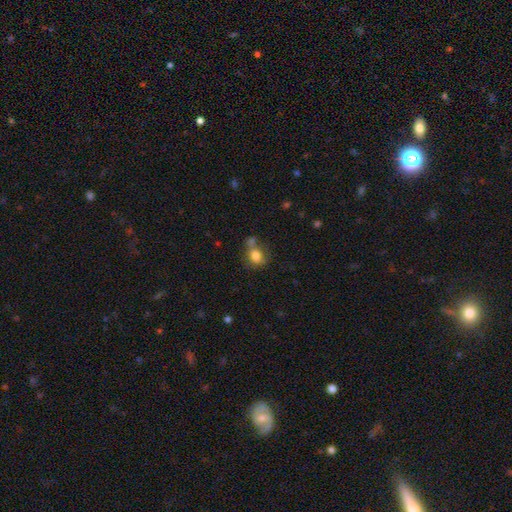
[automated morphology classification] type=smooth (79%); roundness=round (55%); merging=none (46%).